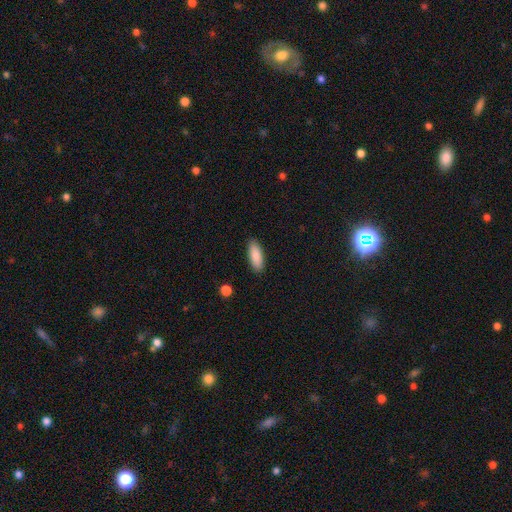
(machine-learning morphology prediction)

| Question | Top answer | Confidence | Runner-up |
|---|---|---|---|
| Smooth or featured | smooth | 88% | star or artifact (6%) |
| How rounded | in between | 74% | cigar-shaped (24%) |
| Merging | none | 89% | minor disturbance (8%) |